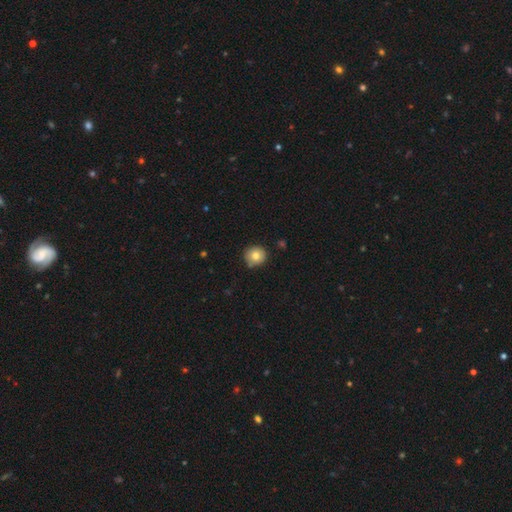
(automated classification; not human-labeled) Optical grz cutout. It shows a smooth galaxy with no disk features (80%) that is round (91%). Merging: none (83%).